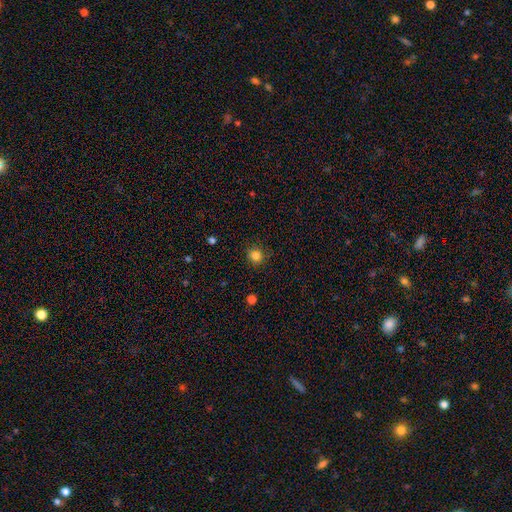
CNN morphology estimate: Smooth or featured: smooth — 83% (star or artifact — 12%)
How rounded: round — 89% (in between — 11%)
Merging: none — 86% (minor disturbance — 10%)